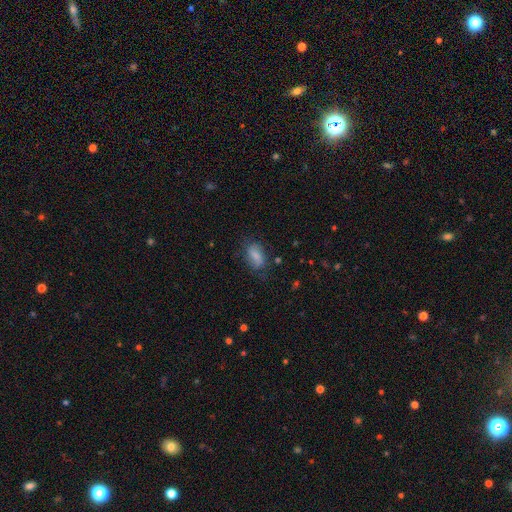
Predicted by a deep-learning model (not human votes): Smooth or featured: smooth — 71% (featured or disk — 21%)
How rounded: in between — 88% (round — 9%)
Merging: none — 65% (minor disturbance — 24%)